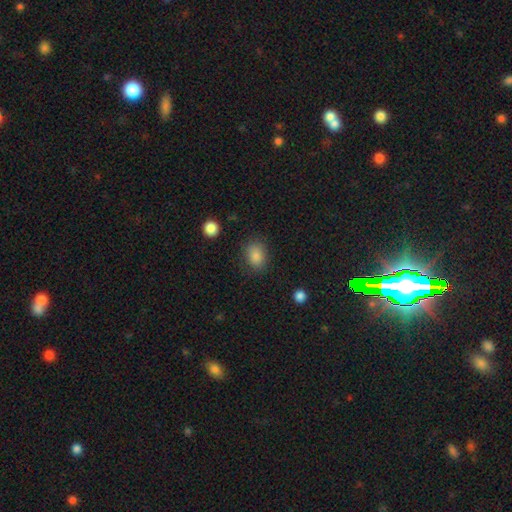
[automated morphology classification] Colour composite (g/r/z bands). It shows a smooth galaxy with no disk features (85%) that is in between round and cigar-shaped (63%). Merging: none (82%).